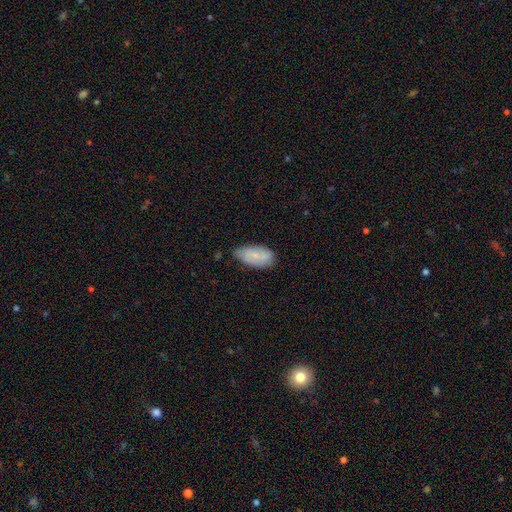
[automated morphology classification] A smooth galaxy with no disk features (58%) that is in between round and cigar-shaped (93%). Merging: none (67%).